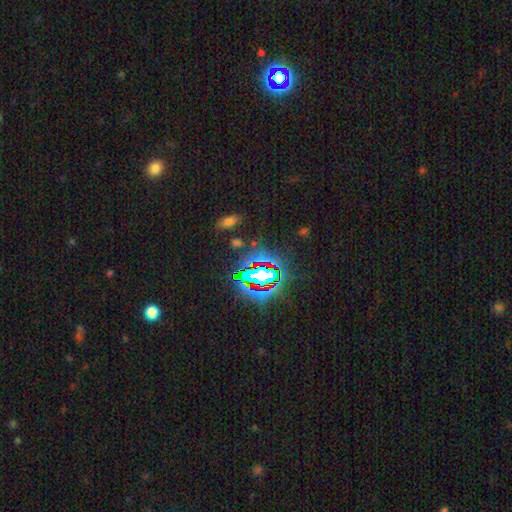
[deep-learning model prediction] This appears to be a star or artifact, not a galaxy (81%).